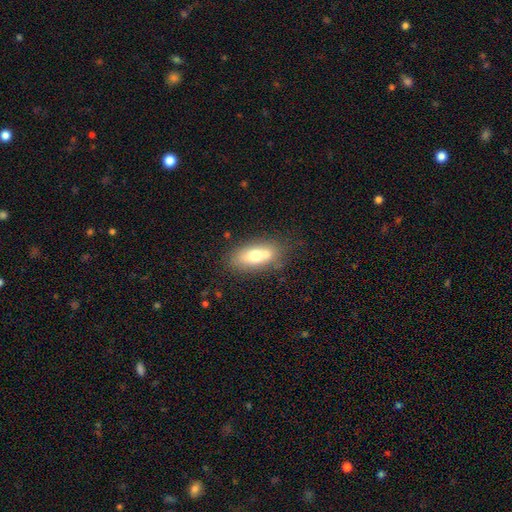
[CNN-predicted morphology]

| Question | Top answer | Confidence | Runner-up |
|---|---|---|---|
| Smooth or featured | smooth | 65% | featured or disk (26%) |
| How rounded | in between | 82% | cigar-shaped (11%) |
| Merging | none | 55% | merger (26%) |